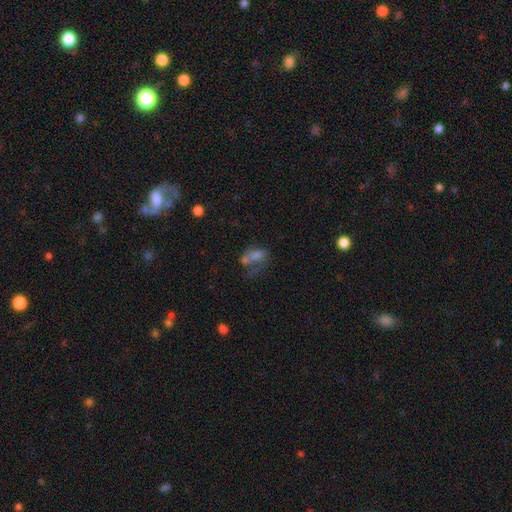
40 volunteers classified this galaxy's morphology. type=smooth (48%); roundness=in between (74%); merging=major disturbance (36%).